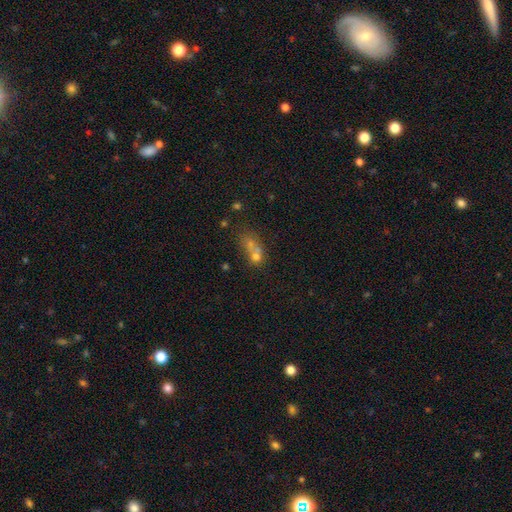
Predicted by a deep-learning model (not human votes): This appears to be a smooth galaxy with no disk features (58%) that is round (61%). Merging: merger (59%).